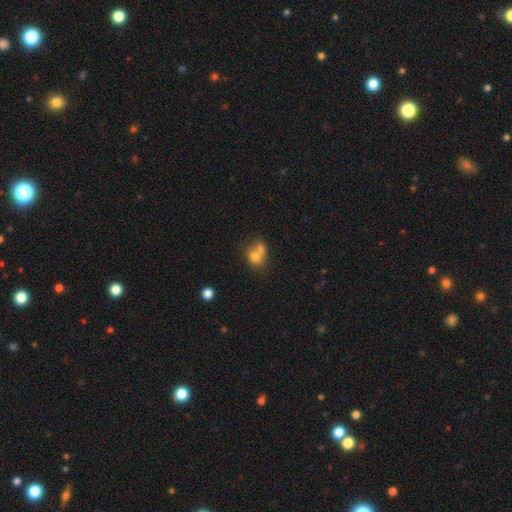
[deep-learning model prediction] This appears to be a smooth galaxy with no disk features (72%) that is round (61%). Merging: merger (62%).